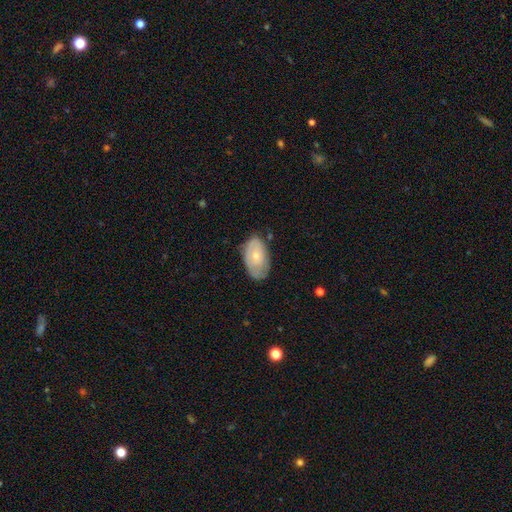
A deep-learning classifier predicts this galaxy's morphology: This is possibly a smooth galaxy (58%). How rounded: clearly in between (93%). Merging: likely none (65%).